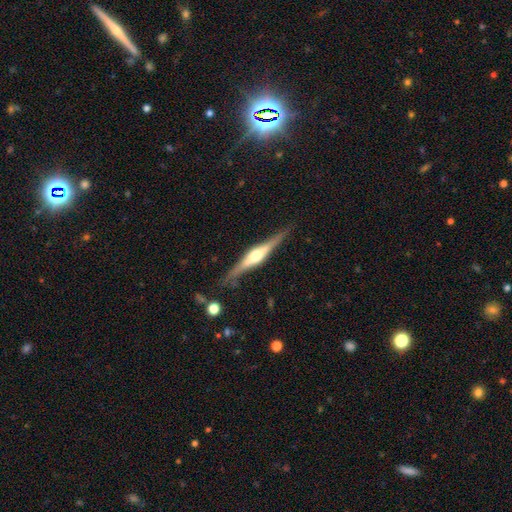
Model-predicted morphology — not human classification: This appears to be a featured or disk galaxy (77%) viewed edge-on (97%) with a rounded central bulge (87%). Merging: none (84%).